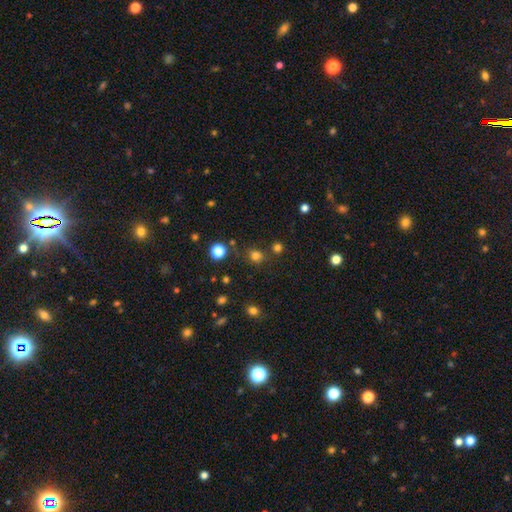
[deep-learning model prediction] Smooth or featured? Predicted: smooth (p=0.72). How rounded? Predicted: round (p=0.75). Merging? Predicted: none (p=0.69).